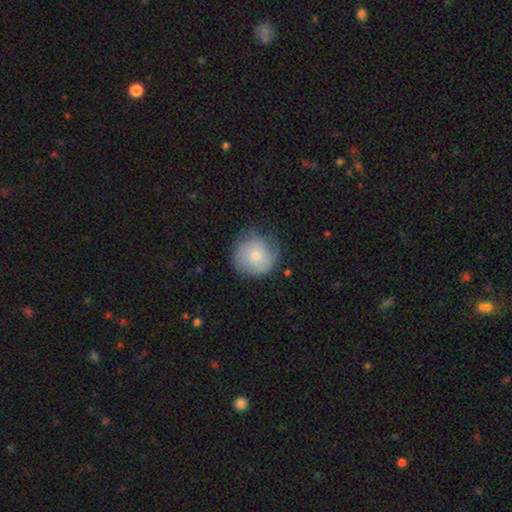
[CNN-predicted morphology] type=smooth (67%); roundness=round (91%); merging=none (66%).